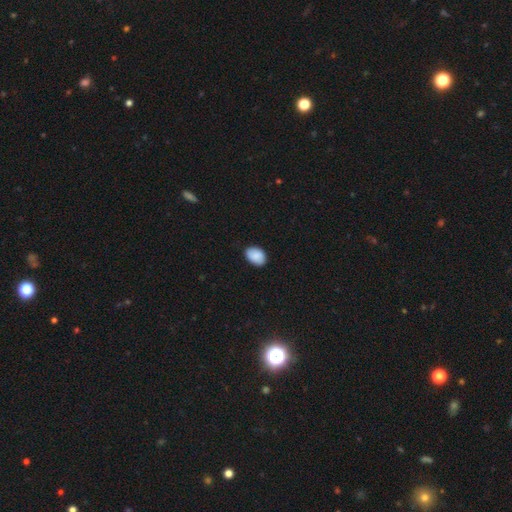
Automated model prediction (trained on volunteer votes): Smooth or featured: smooth — 88% (star or artifact — 7%)
How rounded: in between — 84% (round — 15%)
Merging: none — 85% (minor disturbance — 12%)